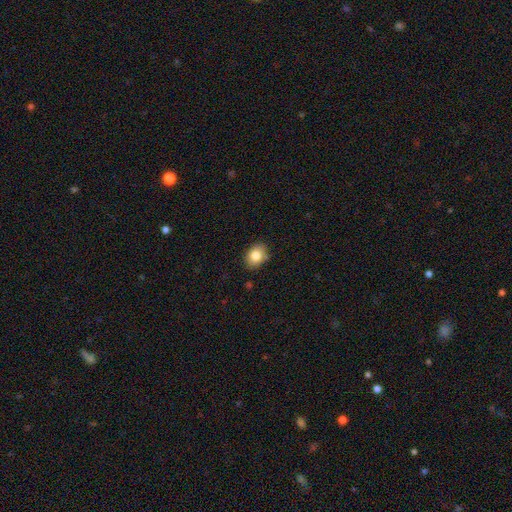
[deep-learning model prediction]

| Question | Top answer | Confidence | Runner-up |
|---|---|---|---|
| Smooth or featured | smooth | 83% | featured or disk (9%) |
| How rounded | in between | 66% | round (33%) |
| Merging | none | 83% | minor disturbance (13%) |